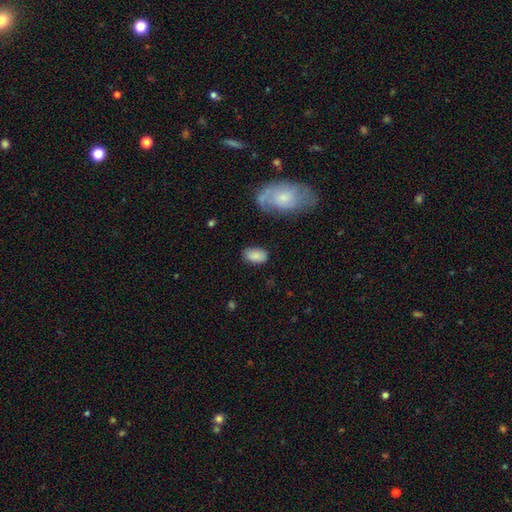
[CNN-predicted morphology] Smooth or featured? Predicted: smooth (p=0.84). How rounded? Predicted: in between (p=0.93). Merging? Predicted: none (p=0.78).